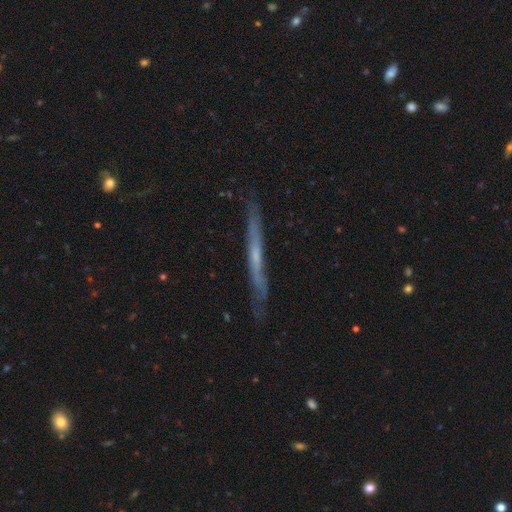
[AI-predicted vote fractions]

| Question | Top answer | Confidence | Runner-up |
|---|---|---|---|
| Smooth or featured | featured or disk | 63% | smooth (31%) |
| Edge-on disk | yes | 91% | no (9%) |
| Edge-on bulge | none | 74% | rounded (21%) |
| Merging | none | 78% | minor disturbance (17%) |